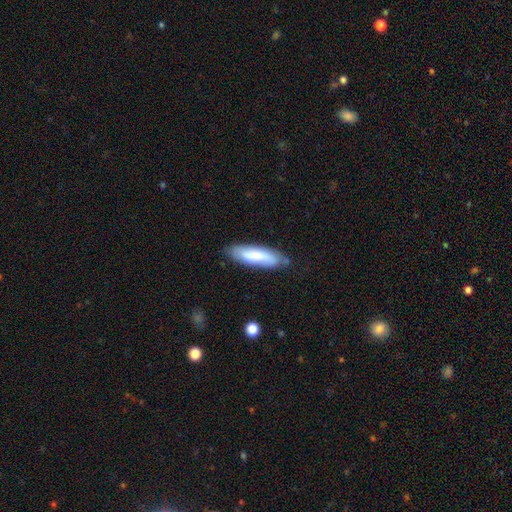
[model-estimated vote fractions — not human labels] Smooth or featured?
  - smooth: 75% *
  - featured or disk: 19%
  - star or artifact: 6%
How rounded?
  - cigar-shaped: 53% *
  - in between: 45%
  - round: 1%
Merging?
  - none: 76% *
  - minor disturbance: 18%
  - major disturbance: 4%
  - merger: 2%